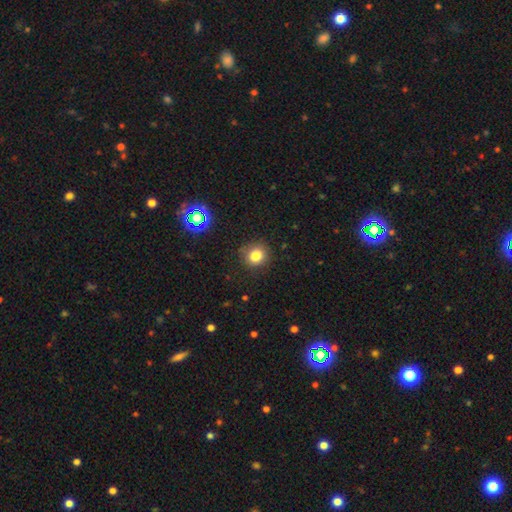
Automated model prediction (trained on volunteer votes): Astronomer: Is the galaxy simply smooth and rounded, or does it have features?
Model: smooth — 81%.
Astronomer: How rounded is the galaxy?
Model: round — 85%.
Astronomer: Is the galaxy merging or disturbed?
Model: none — 86%.